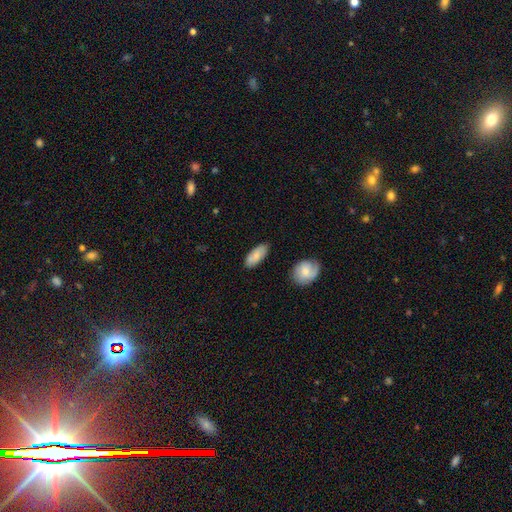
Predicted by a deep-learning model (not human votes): Smooth or featured? Predicted: smooth (p=0.78). How rounded? Predicted: in between (p=0.85). Merging? Predicted: none (p=0.80).